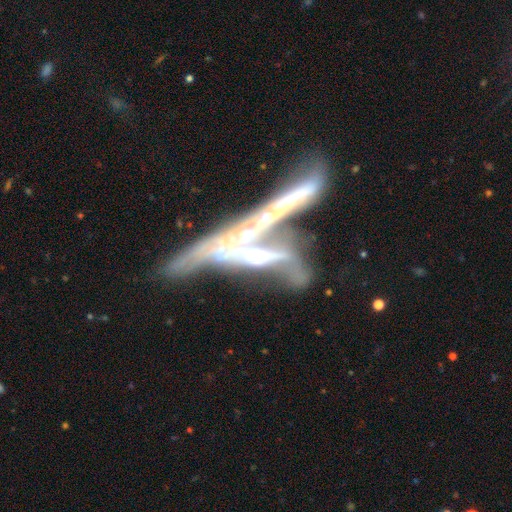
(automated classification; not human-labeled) This appears to be a featured or disk galaxy (74%) viewed edge-on (55%). Merging: merger (58%).